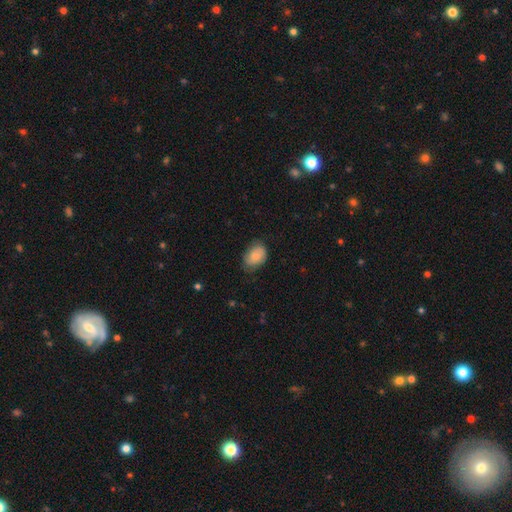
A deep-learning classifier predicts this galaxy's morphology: A smooth galaxy with no disk features (83%) that is in between round and cigar-shaped (81%).

Vote fractions:
- Smooth or featured? smooth: 83% / featured or disk: 10% / star or artifact: 7%
- How rounded? in between: 81% / round: 18% / cigar-shaped: 1%
- Merging? none: 68% / minor disturbance: 26% / major disturbance: 5% / merger: 1%